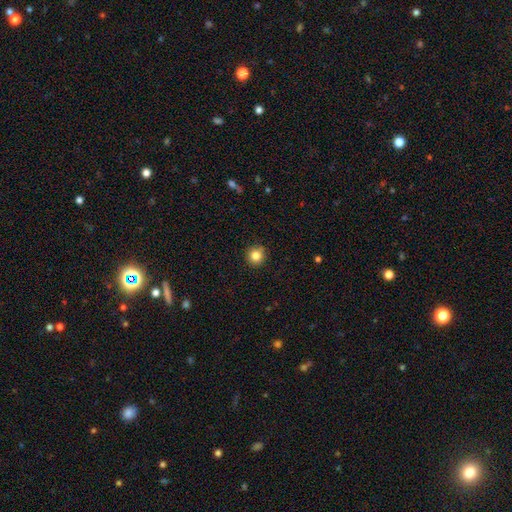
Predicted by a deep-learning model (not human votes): Overall: smooth (83%). How rounded: round (94%). Merging: none (90%).